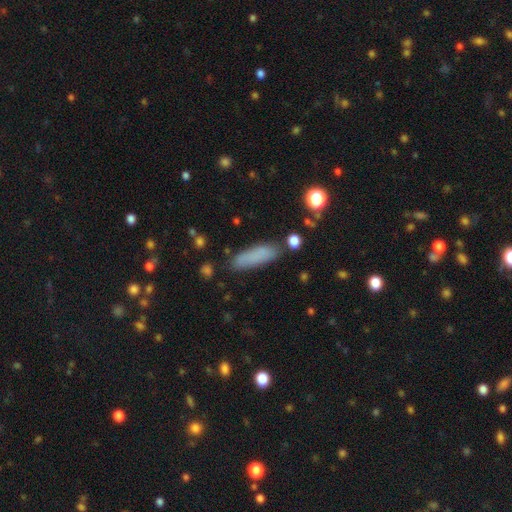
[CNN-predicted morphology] Smooth or featured? Predicted: smooth (p=0.83). How rounded? Predicted: cigar-shaped (p=0.59). Merging? Predicted: none (p=0.80).